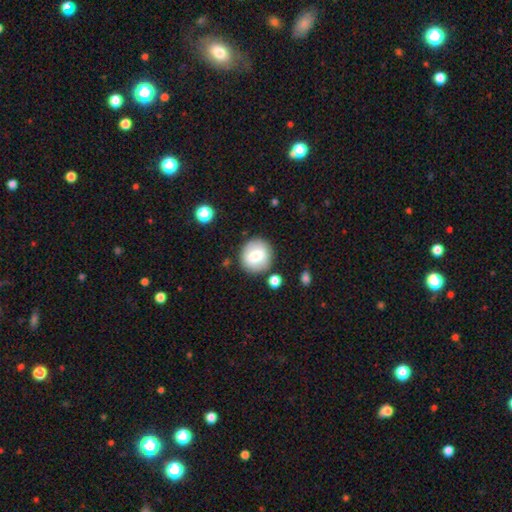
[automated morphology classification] This is likely a smooth galaxy (73%). How rounded: clearly round (89%). Merging: clearly none (84%).